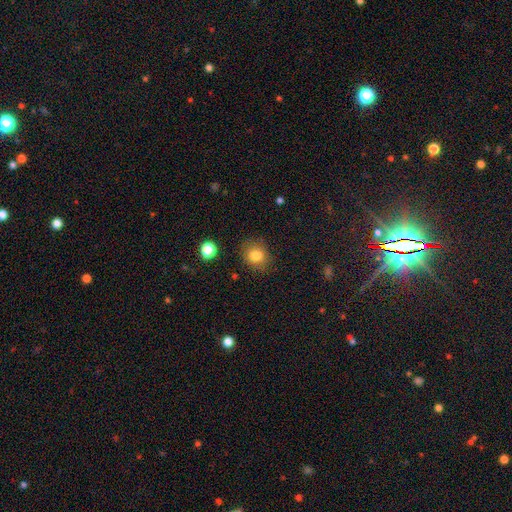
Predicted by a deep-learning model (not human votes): A smooth galaxy with no disk features (82%) that is round (74%).

Vote fractions:
- Smooth or featured? smooth: 82% / star or artifact: 11% / featured or disk: 7%
- How rounded? round: 74% / in between: 25% / cigar-shaped: 1%
- Merging? none: 83% / minor disturbance: 12% / major disturbance: 3% / merger: 2%